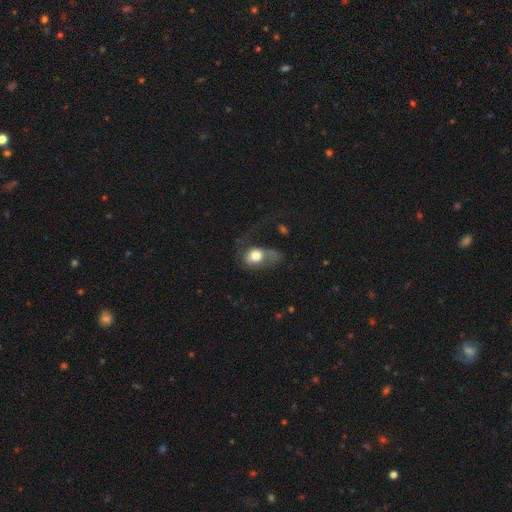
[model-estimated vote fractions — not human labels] Smooth or featured? smooth (66%)
How rounded? in between (61%)
Merging? major disturbance (50%)